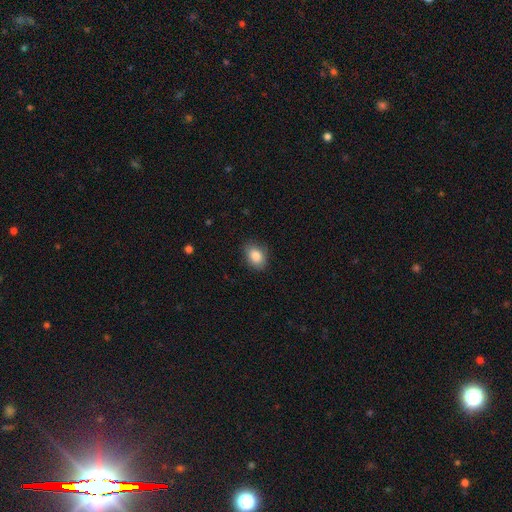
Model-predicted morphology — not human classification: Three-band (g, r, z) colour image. It shows a smooth galaxy with no disk features (86%) that is in between round and cigar-shaped (76%). Merging: none (83%).